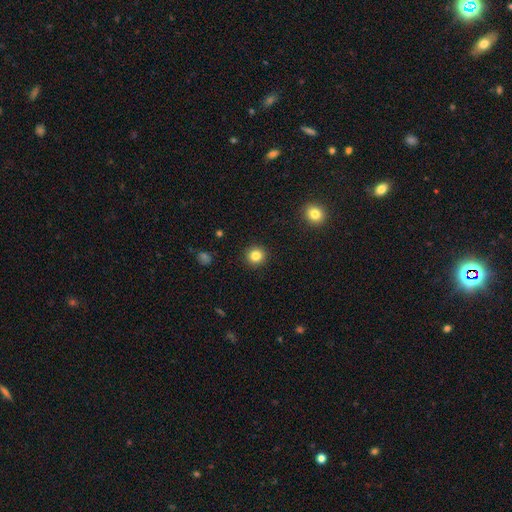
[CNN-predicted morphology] This appears to be a smooth galaxy with no disk features (83%) that is round (94%). Merging: none (92%).